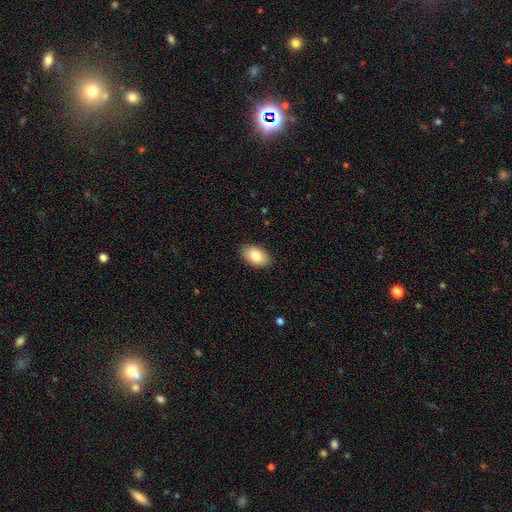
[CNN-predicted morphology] Smooth or featured? smooth (83%)
How rounded? in between (92%)
Merging? none (88%)